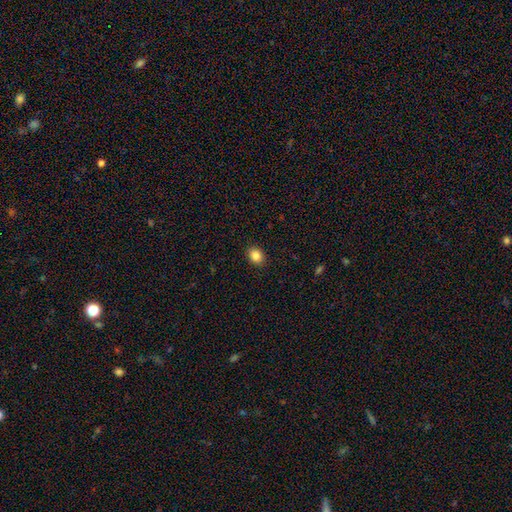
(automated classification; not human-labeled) This is clearly a smooth galaxy (86%). How rounded: possibly in between (58%). Merging: clearly none (90%).